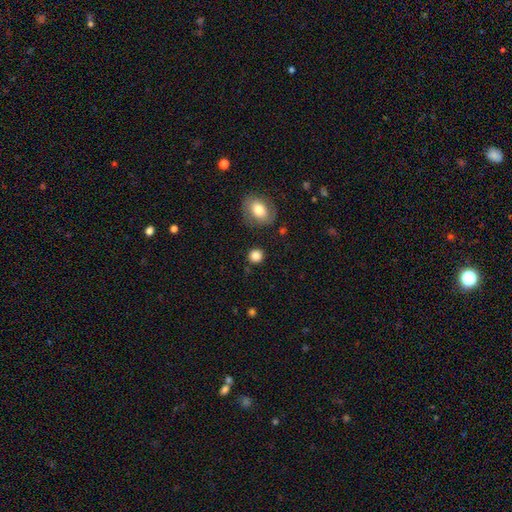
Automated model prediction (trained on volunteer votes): The model was most divided on "smooth or featured": smooth: 85%, star or artifact: 10%, featured or disk: 5%. More confident: how rounded — round (88%); merging — none (86%).